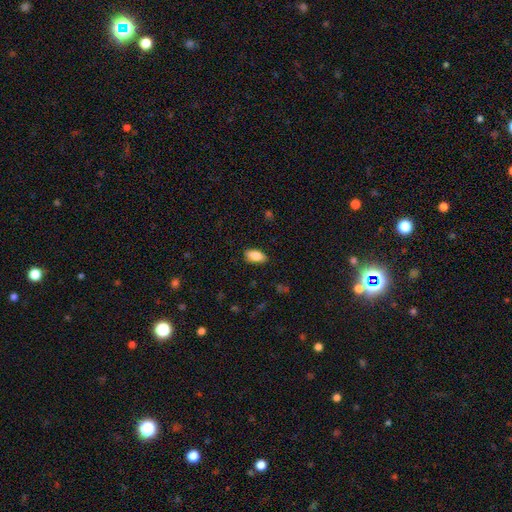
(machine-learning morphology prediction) Smooth or featured? Predicted: smooth (p=0.81). How rounded? Predicted: in between (p=0.89). Merging? Predicted: none (p=0.84).